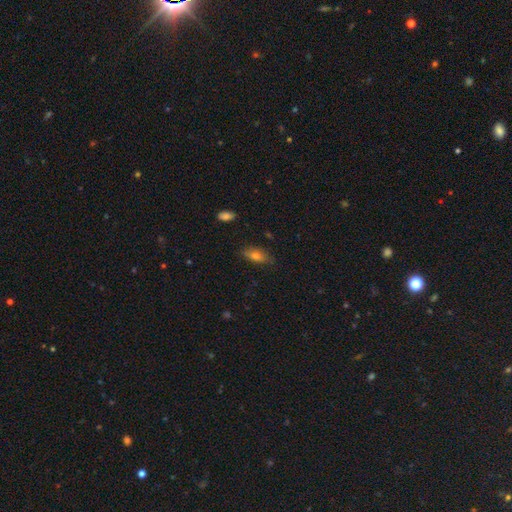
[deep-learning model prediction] smooth_or_featured: smooth (p=0.71) [alt: featured or disk p=0.19]
how_rounded: in between (p=0.78) [alt: cigar-shaped p=0.17]
merging: none (p=0.78) [alt: minor disturbance p=0.17]